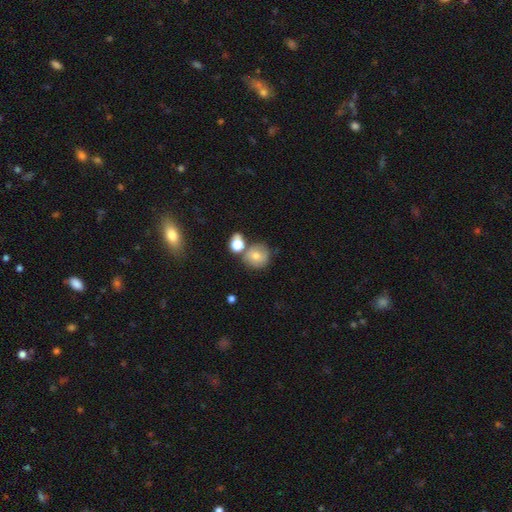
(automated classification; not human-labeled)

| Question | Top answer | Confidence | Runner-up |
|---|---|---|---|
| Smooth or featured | smooth | 67% | featured or disk (19%) |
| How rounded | round | 84% | in between (15%) |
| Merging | none | 62% | merger (19%) |